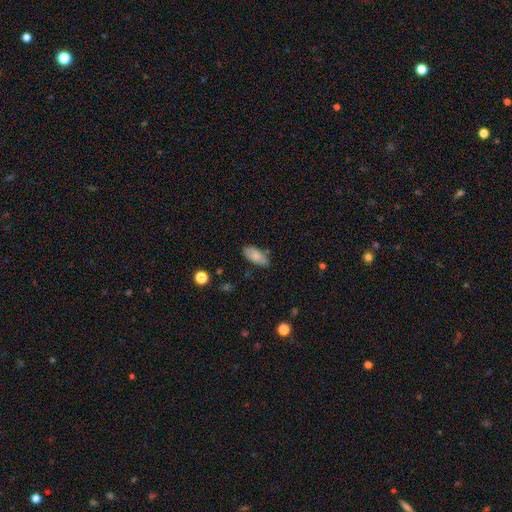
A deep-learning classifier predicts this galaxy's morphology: A smooth galaxy with no disk features (79%) that is in between round and cigar-shaped (88%). Merging: none (75%).